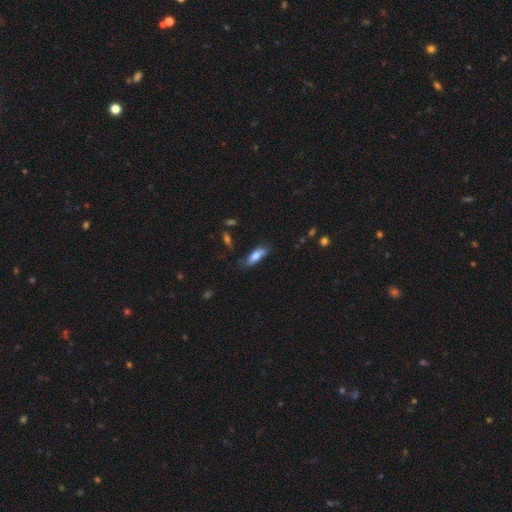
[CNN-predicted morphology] Q: Smooth or featured?
A: smooth (73%); runner-up: featured or disk (20%)
Q: How rounded?
A: in between (69%); runner-up: cigar-shaped (29%)
Q: Merging?
A: none (59%); runner-up: minor disturbance (28%)